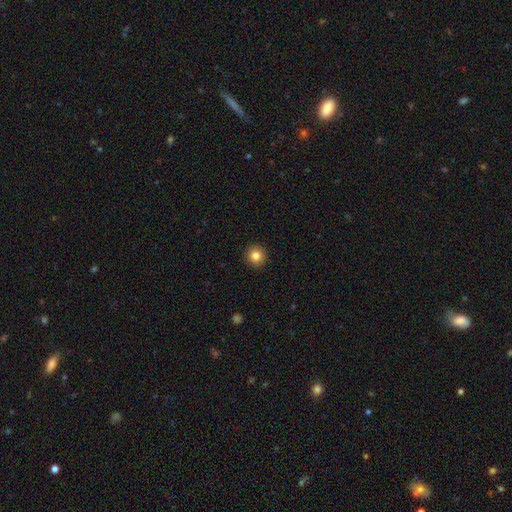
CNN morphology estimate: A smooth galaxy with no disk features (83%) that is round (95%). Merging: none (93%).